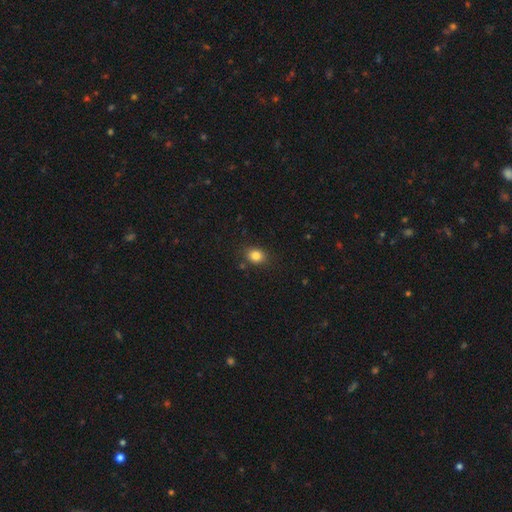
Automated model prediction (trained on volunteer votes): smooth_or_featured: smooth (p=0.84) [alt: star or artifact p=0.11]
how_rounded: round (p=0.56) [alt: in between p=0.43]
merging: none (p=0.83) [alt: minor disturbance p=0.12]